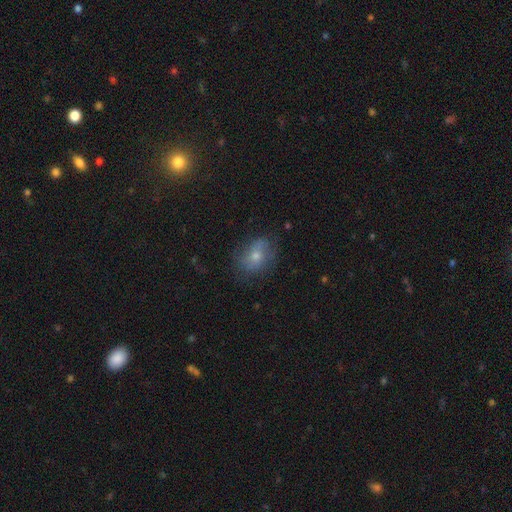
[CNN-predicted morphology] smooth-or-featured: smooth: 52% | featured or disk: 31% | star or artifact: 17%
  how-rounded: in between: 58% | round: 40% | cigar-shaped: 2%
  merging: none: 69% | minor disturbance: 22% | major disturbance: 8% | merger: 2%